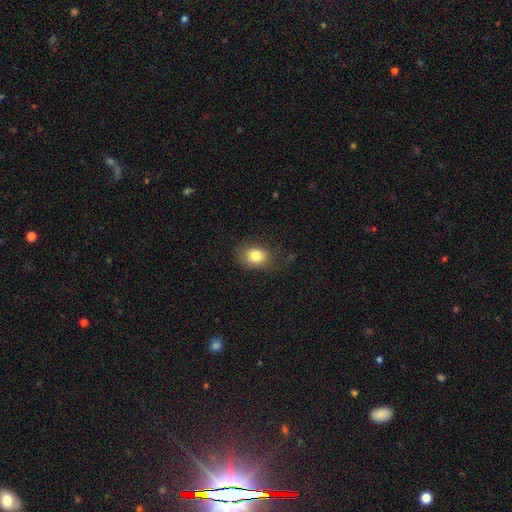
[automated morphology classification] Smooth or featured? smooth (81%)
How rounded? in between (63%)
Merging? none (71%)